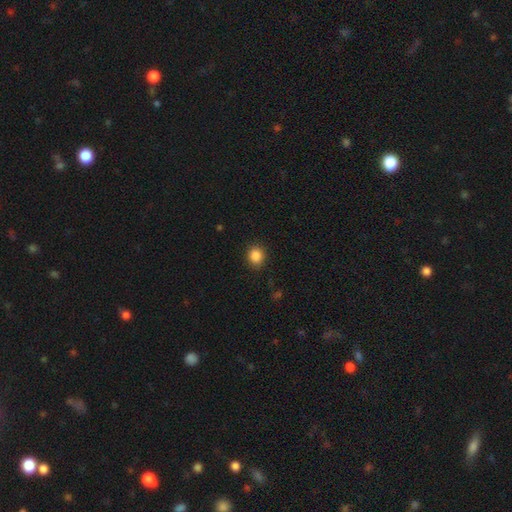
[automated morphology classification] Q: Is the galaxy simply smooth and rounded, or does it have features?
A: smooth — 86%.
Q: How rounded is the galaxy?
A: round — 75%.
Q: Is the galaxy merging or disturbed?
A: none — 89%.